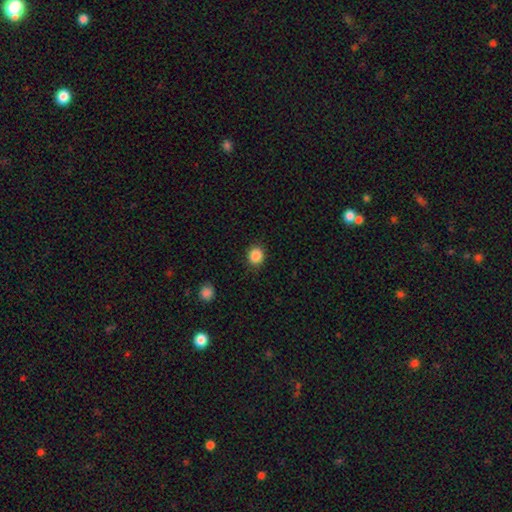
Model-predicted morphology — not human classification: Smooth or featured: smooth — 87% (star or artifact — 10%)
How rounded: round — 83% (in between — 16%)
Merging: none — 89% (minor disturbance — 8%)